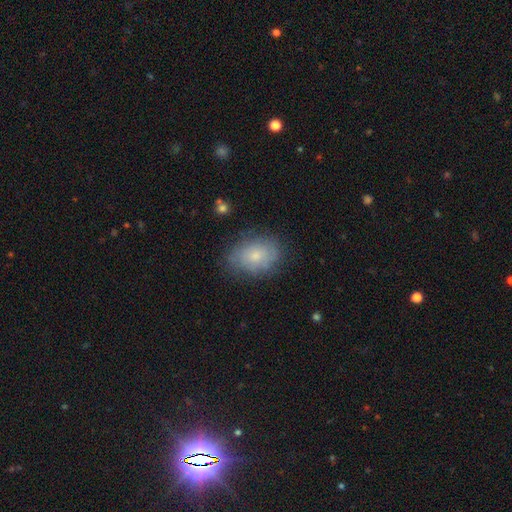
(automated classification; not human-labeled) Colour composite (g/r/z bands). It shows a smooth galaxy with no disk features (67%) that is in between round and cigar-shaped (73%). Merging: none (73%).